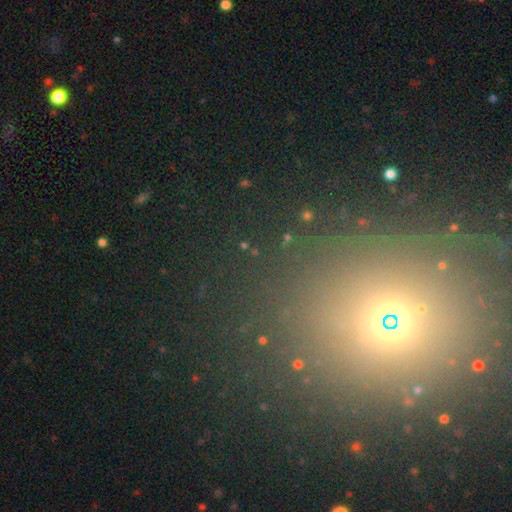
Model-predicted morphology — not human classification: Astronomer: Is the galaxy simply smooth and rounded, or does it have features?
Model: star or artifact — 52% (runner-up: smooth, 36%).